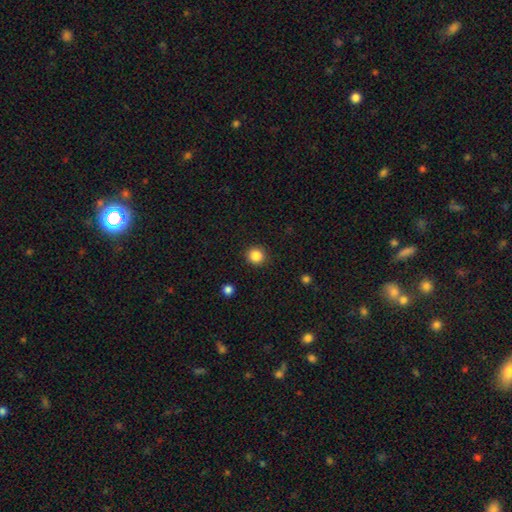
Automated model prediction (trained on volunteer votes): Smooth or featured? smooth (86%)
How rounded? round (92%)
Merging? none (92%)